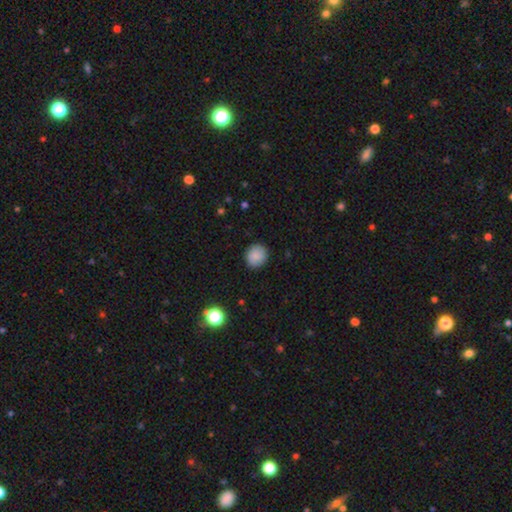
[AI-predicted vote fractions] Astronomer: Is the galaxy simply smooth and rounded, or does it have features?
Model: smooth — 86%.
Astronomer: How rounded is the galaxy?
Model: round — 83%.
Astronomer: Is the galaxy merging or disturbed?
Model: none — 87%.